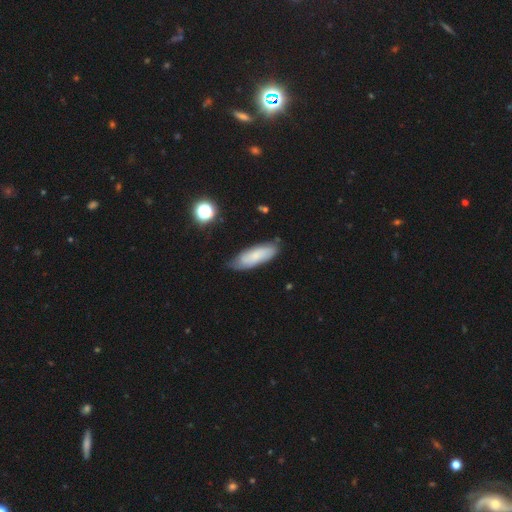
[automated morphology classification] Overall: smooth (66%; featured or disk 26%). How rounded: in between (60%; cigar-shaped 39%). Merging: none (71%).